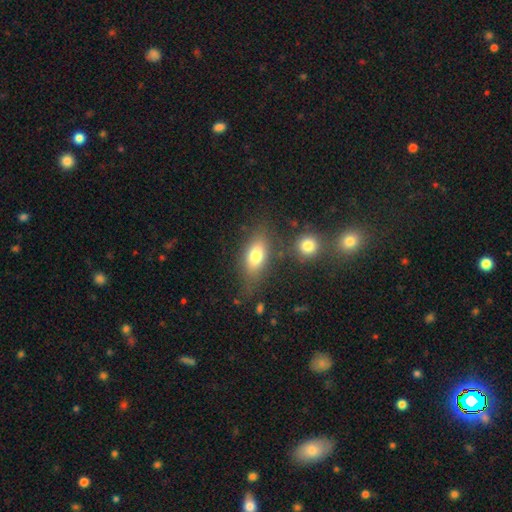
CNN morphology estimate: This appears to be a smooth galaxy with no disk features (74%) that is in between round and cigar-shaped (79%). Merging: none (67%).